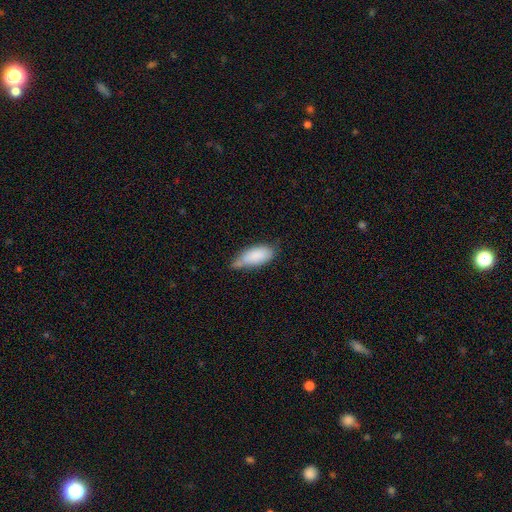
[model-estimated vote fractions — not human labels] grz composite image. It shows a smooth galaxy with no disk features (85%) that is in between round and cigar-shaped (80%). Merging: none (46%).